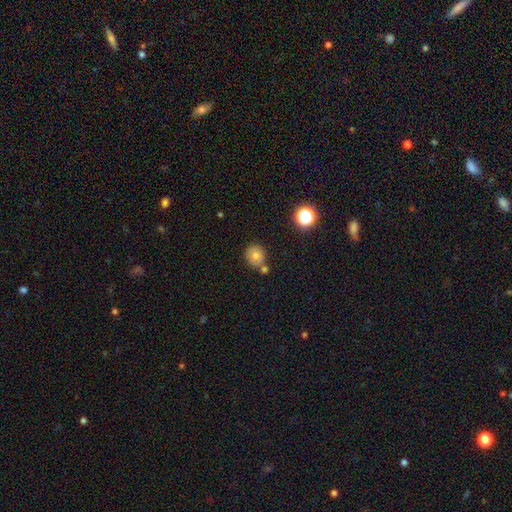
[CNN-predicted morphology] smooth-or-featured: smooth: 74% | star or artifact: 14% | featured or disk: 12%
  how-rounded: round: 82% | in between: 17% | cigar-shaped: 1%
  merging: none: 68% | merger: 17% | minor disturbance: 12% | major disturbance: 3%